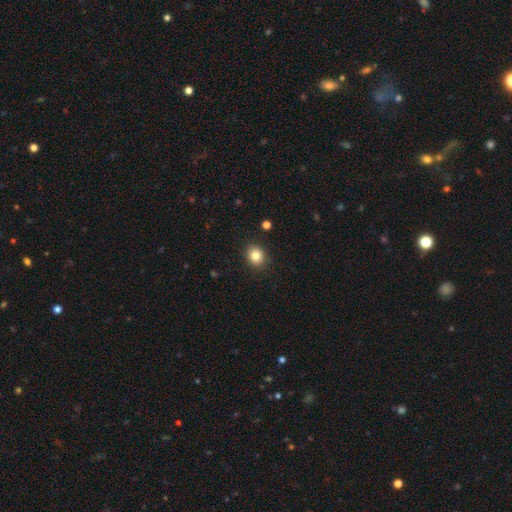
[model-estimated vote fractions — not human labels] Morphology: type=smooth (83%); roundness=round (73%); merging=none (90%).